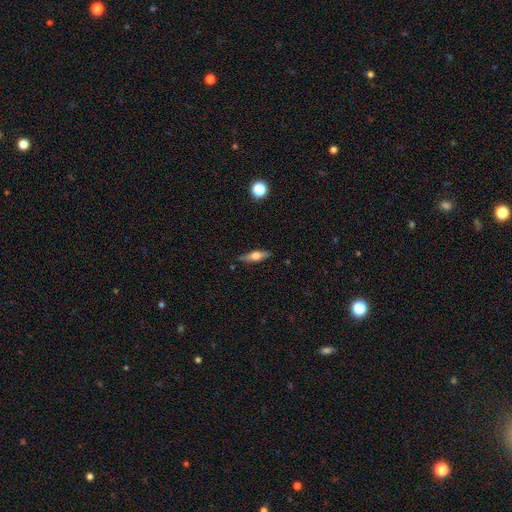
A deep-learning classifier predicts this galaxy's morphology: type=featured or disk (58%); edge-on=yes (94%); edge-on bulge=rounded (92%); merging=none (86%).